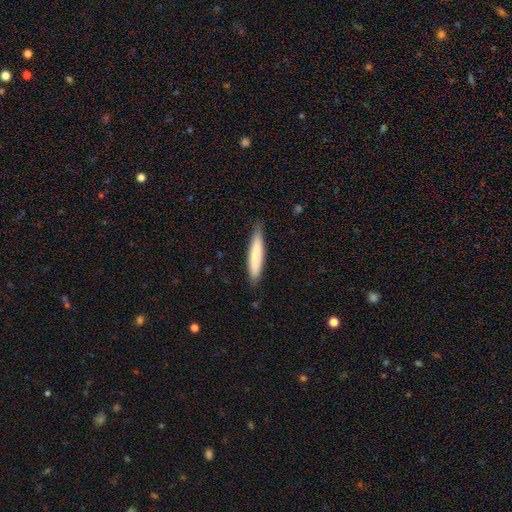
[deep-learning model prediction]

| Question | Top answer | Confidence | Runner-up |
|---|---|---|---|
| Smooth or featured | smooth | 79% | featured or disk (16%) |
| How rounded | cigar-shaped | 88% | in between (11%) |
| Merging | none | 83% | minor disturbance (14%) |